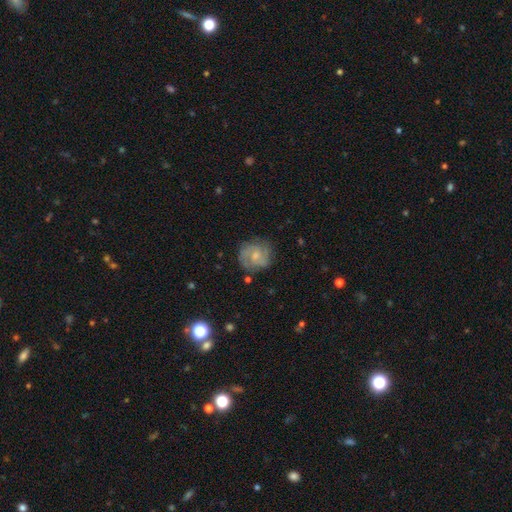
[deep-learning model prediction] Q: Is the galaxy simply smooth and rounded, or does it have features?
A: featured or disk — 61%.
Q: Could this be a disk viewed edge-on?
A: no — 98%.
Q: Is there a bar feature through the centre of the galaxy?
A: no — 59%.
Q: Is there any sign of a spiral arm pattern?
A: yes — 84%.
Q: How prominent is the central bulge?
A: small — 44%.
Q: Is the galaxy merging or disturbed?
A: none — 73%.